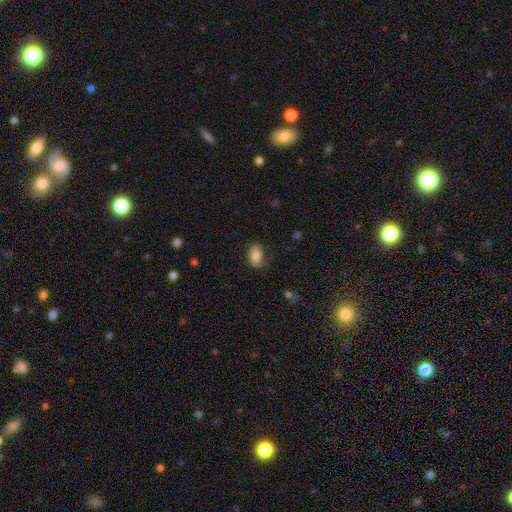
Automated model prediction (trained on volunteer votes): This is likely a smooth galaxy (79%). How rounded: clearly in between (89%). Merging: likely none (75%).